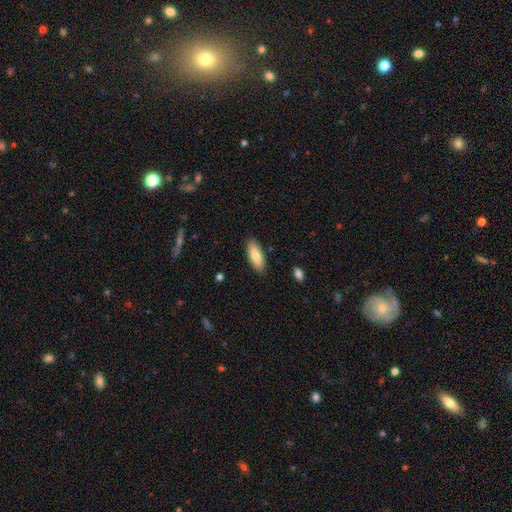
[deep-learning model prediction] This is clearly a smooth galaxy (81%). How rounded: likely in between (72%). Merging: clearly none (87%).